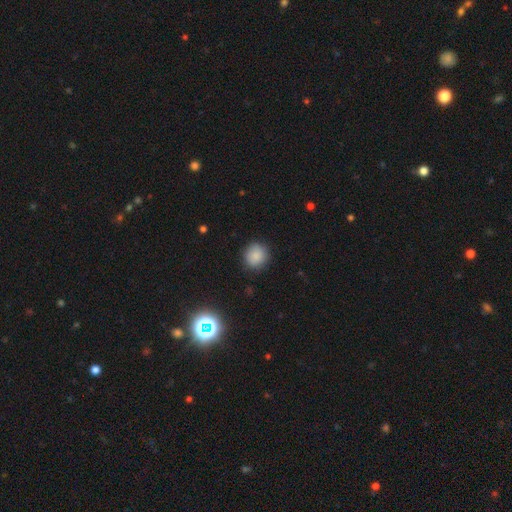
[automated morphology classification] This appears to be a smooth galaxy with no disk features (86%) that is round (85%). Merging: none (87%).